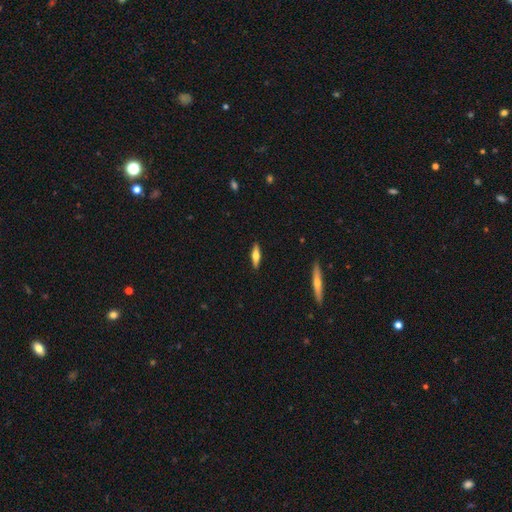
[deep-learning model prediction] Overall: smooth (54%; featured or disk 40%). How rounded: cigar-shaped (64%; in between 34%). Merging: none (89%).